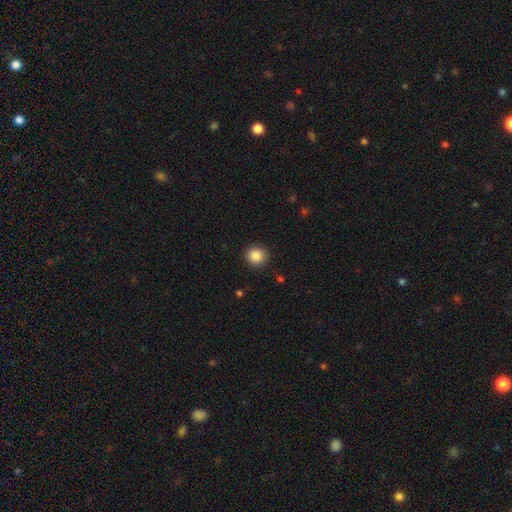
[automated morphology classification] smooth_or_featured: smooth (p=0.87) [alt: star or artifact p=0.09]
how_rounded: round (p=0.91) [alt: in between p=0.08]
merging: none (p=0.90) [alt: minor disturbance p=0.06]